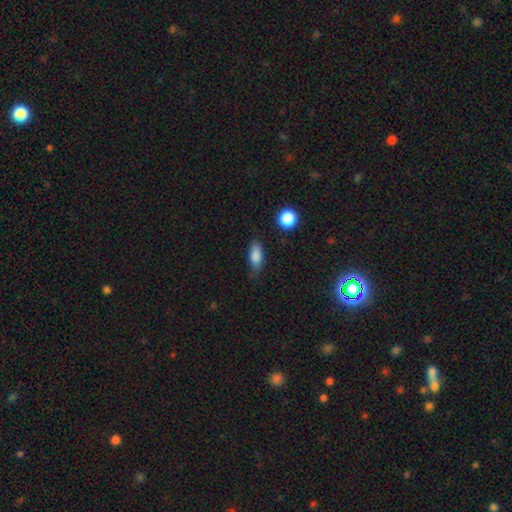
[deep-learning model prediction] This appears to be a smooth galaxy with no disk features (84%) that is in between round and cigar-shaped (80%). Merging: none (63%).